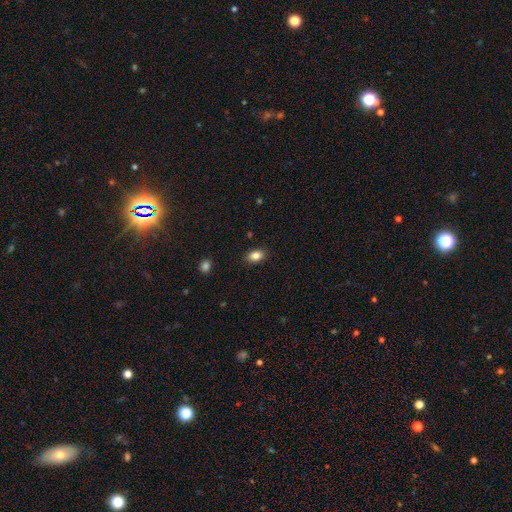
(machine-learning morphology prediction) smooth-or-featured: smooth: 85% | star or artifact: 9% | featured or disk: 6%
  how-rounded: in between: 83% | round: 16% | cigar-shaped: 1%
  merging: none: 87% | minor disturbance: 10% | major disturbance: 2% | merger: 1%